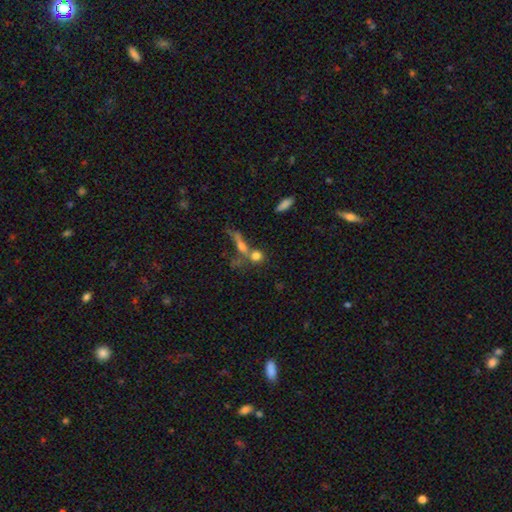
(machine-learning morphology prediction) A smooth galaxy with no disk features (69%) that is round (68%).

Vote fractions:
- Smooth or featured? smooth: 69% / featured or disk: 17% / star or artifact: 14%
- How rounded? round: 68% / in between: 21% / cigar-shaped: 11%
- Merging? none: 43% / merger: 39% / minor disturbance: 10% / major disturbance: 7%